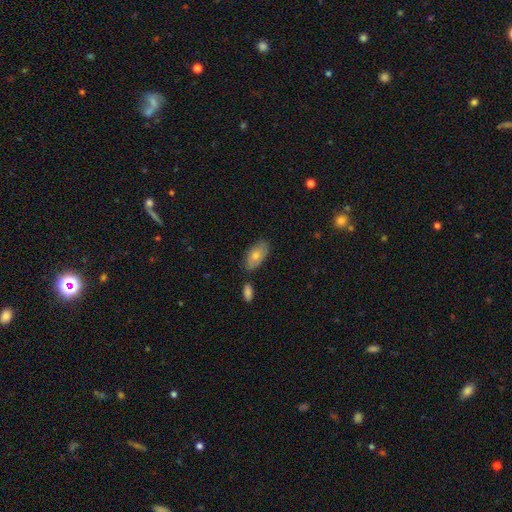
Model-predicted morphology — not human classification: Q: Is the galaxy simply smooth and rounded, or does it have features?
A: smooth — 70%.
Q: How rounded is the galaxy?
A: in between — 91%.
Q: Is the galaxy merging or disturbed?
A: none — 76%.